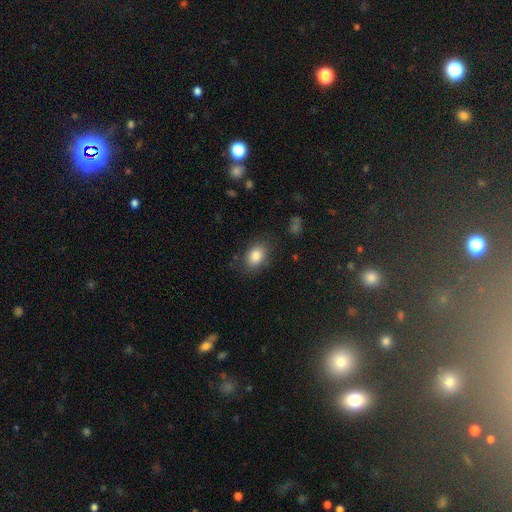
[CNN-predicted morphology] Overall: smooth (84%). How rounded: in between (81%). Merging: none (79%).